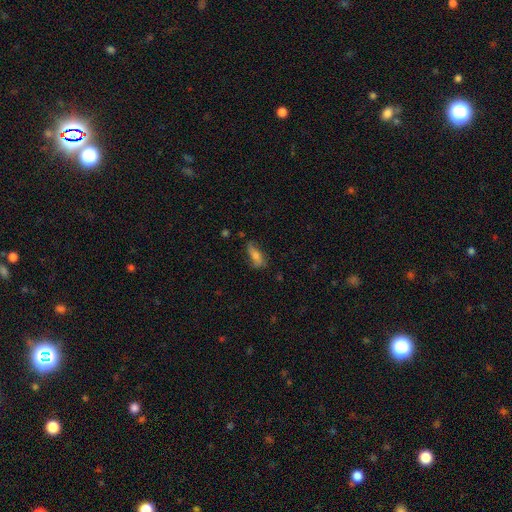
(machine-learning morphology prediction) The model was most divided on "how rounded": in between: 63%, cigar-shaped: 34%, round: 4%. More confident: merging — none (62%); smooth or featured — smooth (61%).